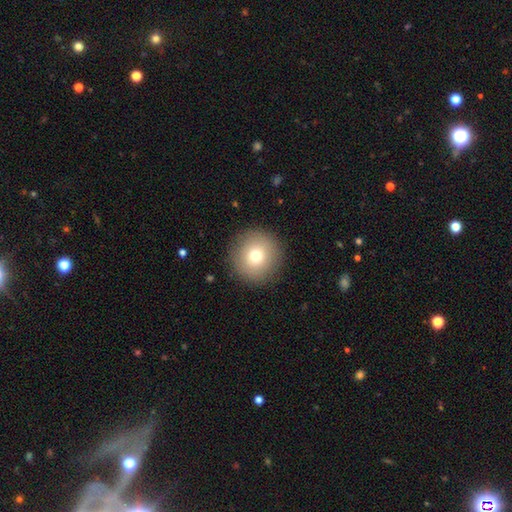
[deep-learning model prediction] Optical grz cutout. It shows a smooth galaxy with no disk features (75%) that is round (96%). Merging: none (91%).